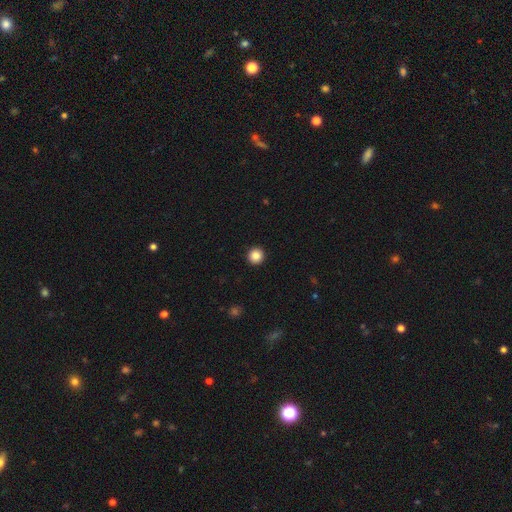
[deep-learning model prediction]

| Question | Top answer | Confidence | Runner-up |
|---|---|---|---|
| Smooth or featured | smooth | 87% | star or artifact (10%) |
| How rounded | round | 95% | in between (4%) |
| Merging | none | 93% | minor disturbance (4%) |